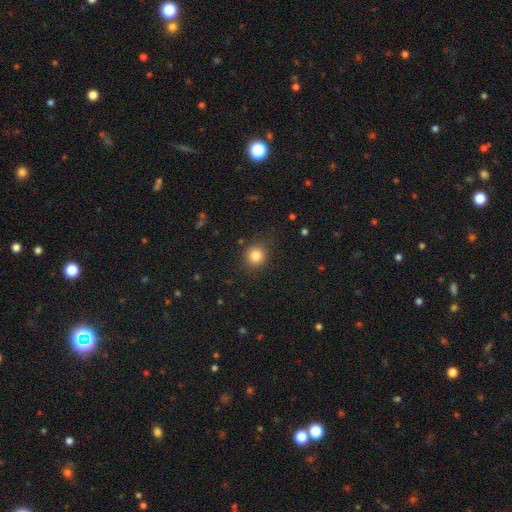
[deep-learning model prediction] This appears to be a smooth galaxy with no disk features (83%) that is round (90%). Merging: none (86%).